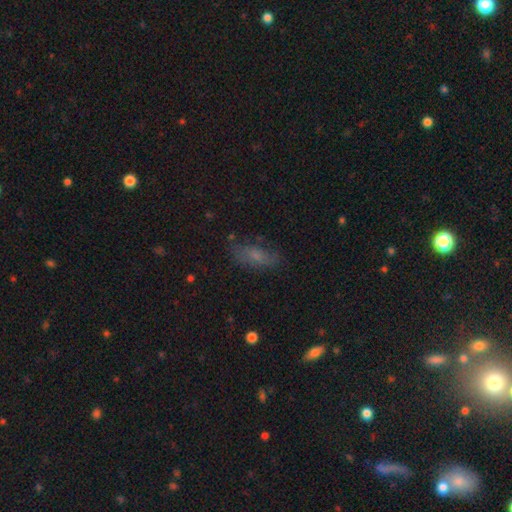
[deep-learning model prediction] A smooth galaxy with no disk features (62%) that is in between round and cigar-shaped (74%).

Vote fractions:
- Smooth or featured? smooth: 62% / featured or disk: 24% / star or artifact: 14%
- How rounded? in between: 74% / cigar-shaped: 21% / round: 5%
- Merging? none: 71% / minor disturbance: 19% / major disturbance: 8% / merger: 2%